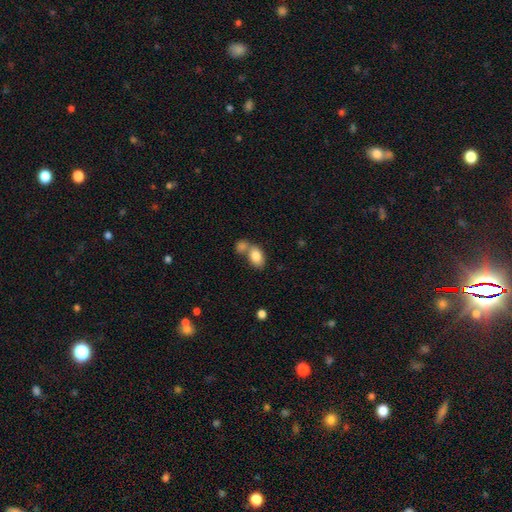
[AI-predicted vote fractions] smooth_or_featured: smooth (p=0.84) [alt: featured or disk p=0.09]
how_rounded: in between (p=0.87) [alt: round p=0.11]
merging: merger (p=0.51) [alt: none p=0.36]